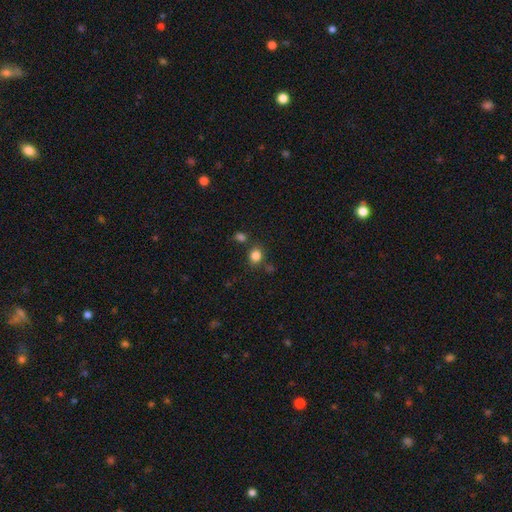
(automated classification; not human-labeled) smooth 83%, star or artifact 12%, featured or disk 5%. Down the decision tree: how rounded — round (64%); merging — none (76%).